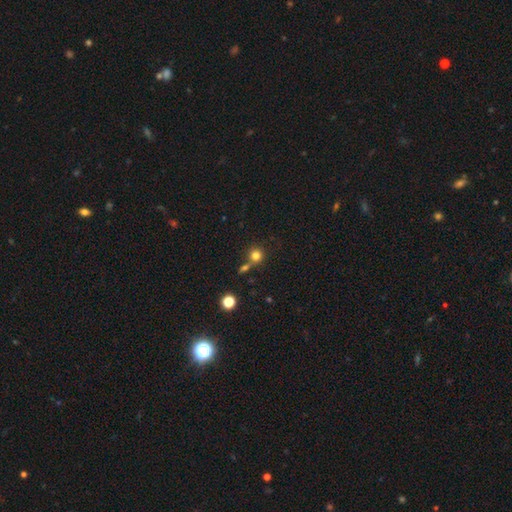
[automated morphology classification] This is likely a smooth galaxy (79%). How rounded: clearly round (91%). Merging: likely none (63%).